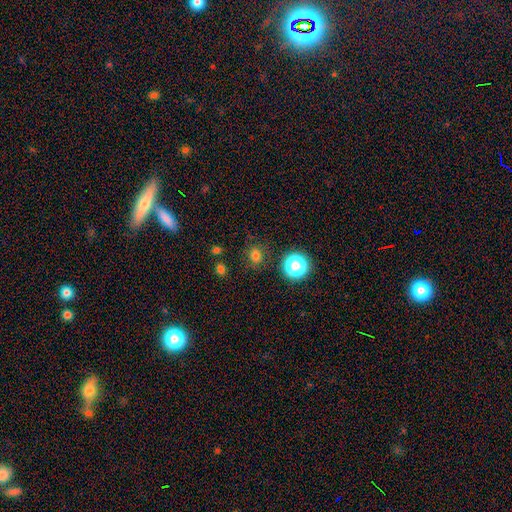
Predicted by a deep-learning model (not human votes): Q: Smooth or featured?
A: smooth (72%); runner-up: star or artifact (22%)
Q: How rounded?
A: round (78%); runner-up: in between (21%)
Q: Merging?
A: none (83%); runner-up: minor disturbance (11%)